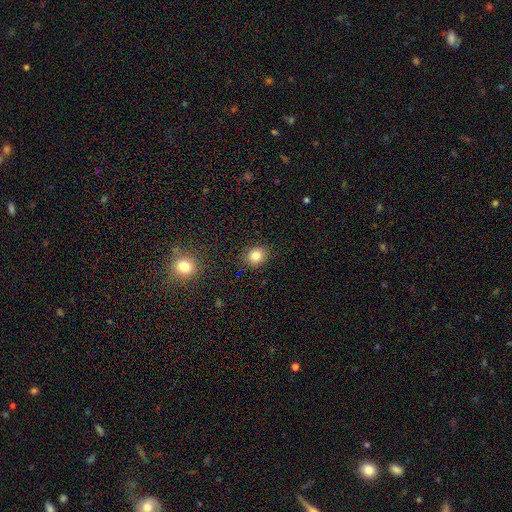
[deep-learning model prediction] Q: Smooth or featured?
A: smooth (83%); runner-up: star or artifact (11%)
Q: How rounded?
A: round (72%); runner-up: in between (27%)
Q: Merging?
A: none (89%); runner-up: minor disturbance (8%)